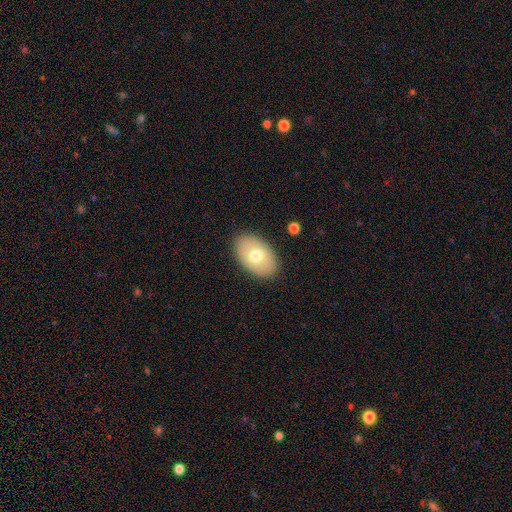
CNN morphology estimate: Smooth or featured? Predicted: smooth (p=0.70). How rounded? Predicted: in between (p=0.90). Merging? Predicted: none (p=0.87).